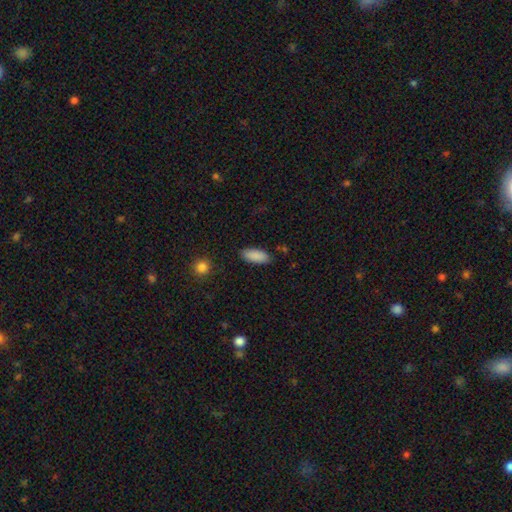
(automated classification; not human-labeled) Overall: smooth (90%). How rounded: in between (85%). Merging: none (86%).